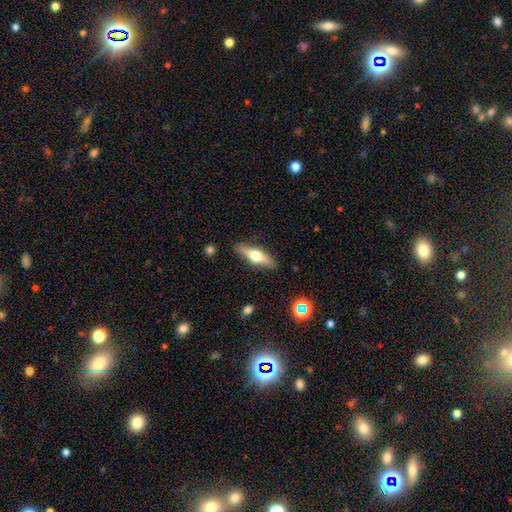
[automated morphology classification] Q: Smooth or featured?
A: featured or disk (52%); runner-up: smooth (41%)
Q: Edge-on disk?
A: yes (92%); runner-up: no (8%)
Q: Merging?
A: none (88%); runner-up: minor disturbance (9%)